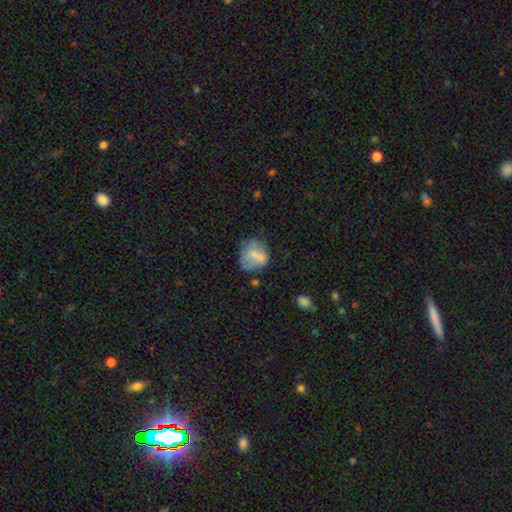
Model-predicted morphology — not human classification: A smooth galaxy with no disk features (60%) that is round (68%).

Vote fractions:
- Smooth or featured? smooth: 60% / featured or disk: 31% / star or artifact: 9%
- How rounded? round: 68% / in between: 31% / cigar-shaped: 1%
- Merging? none: 42% / minor disturbance: 22% / merger: 22% / major disturbance: 14%